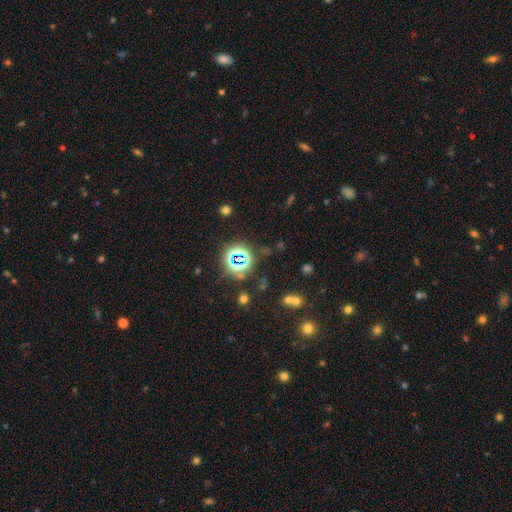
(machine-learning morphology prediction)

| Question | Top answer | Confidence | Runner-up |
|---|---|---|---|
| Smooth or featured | star or artifact | 69% | smooth (23%) |